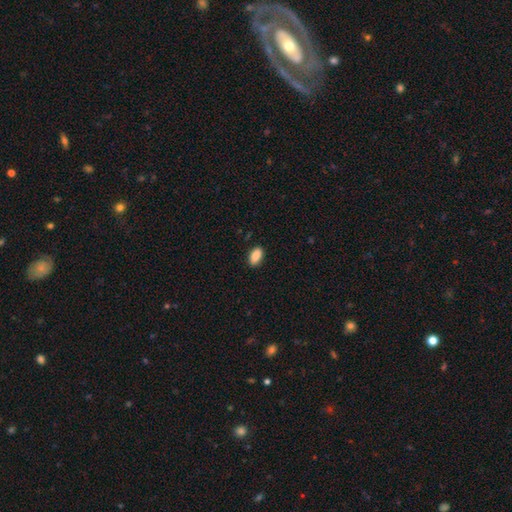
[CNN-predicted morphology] type=smooth (88%); roundness=in between (91%); merging=none (89%).